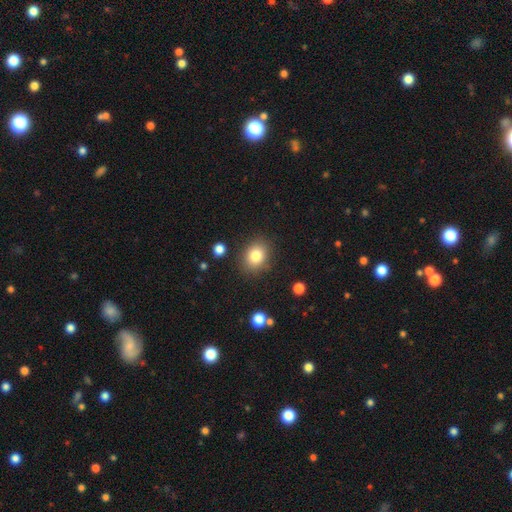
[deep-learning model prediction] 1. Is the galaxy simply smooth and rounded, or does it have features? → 81% smooth, 11% star or artifact, 8% featured or disk.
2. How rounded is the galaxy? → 61% round, 38% in between, 1% cigar-shaped.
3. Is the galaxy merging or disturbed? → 85% none, 9% minor disturbance, 3% major disturbance, 2% merger.